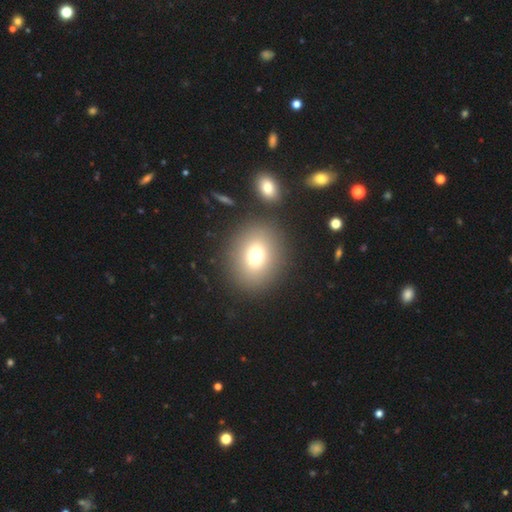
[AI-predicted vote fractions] A smooth galaxy with no disk features (73%) that is round (64%).

Vote fractions:
- Smooth or featured? smooth: 73% / star or artifact: 15% / featured or disk: 12%
- How rounded? round: 64% / in between: 35% / cigar-shaped: 1%
- Merging? none: 82% / minor disturbance: 8% / merger: 6% / major disturbance: 4%